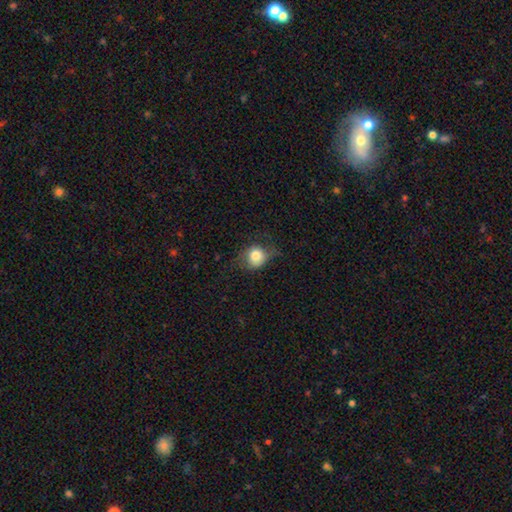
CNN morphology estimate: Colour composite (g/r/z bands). It shows a smooth galaxy with no disk features (76%) that is round (76%). Merging: none (55%).